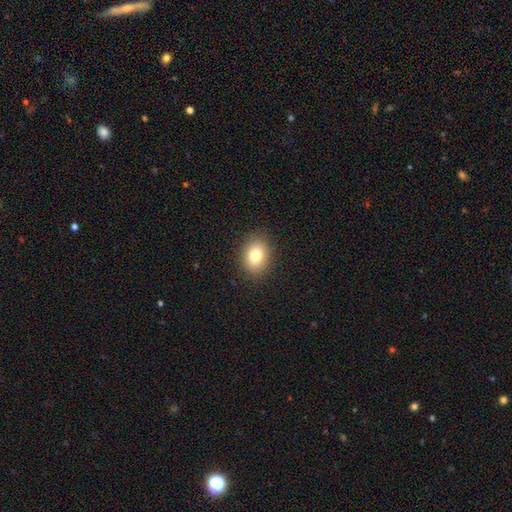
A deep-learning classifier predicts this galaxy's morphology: Q: Smooth or featured?
A: smooth (81%); runner-up: star or artifact (10%)
Q: How rounded?
A: in between (63%); runner-up: round (36%)
Q: Merging?
A: none (89%); runner-up: minor disturbance (8%)